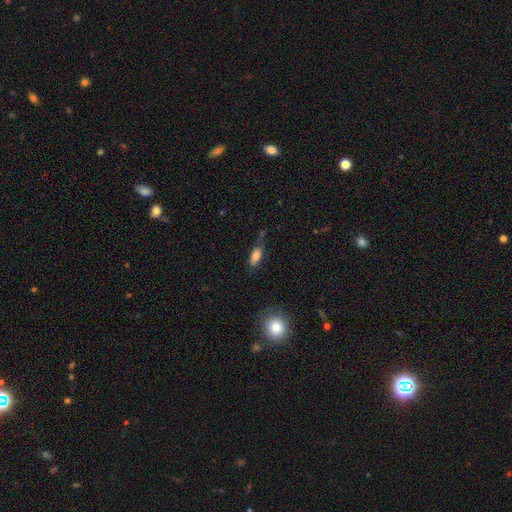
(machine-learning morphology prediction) Smooth or featured: smooth — 79% (featured or disk — 12%)
How rounded: in between — 79% (cigar-shaped — 17%)
Merging: none — 56% (minor disturbance — 28%)